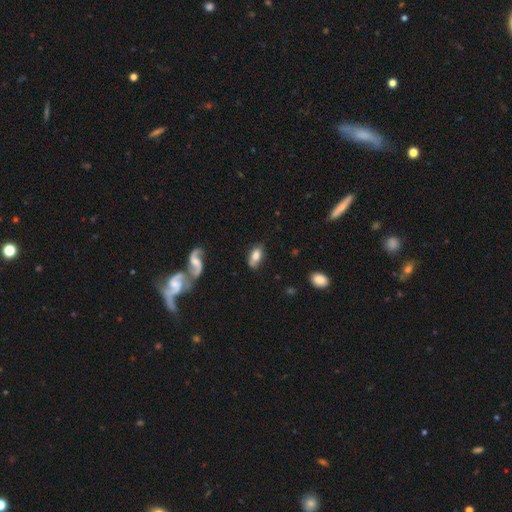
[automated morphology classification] smooth_or_featured: smooth (p=0.70) [alt: featured or disk p=0.22]
how_rounded: in between (p=0.89) [alt: cigar-shaped p=0.06]
merging: none (p=0.64) [alt: minor disturbance p=0.25]